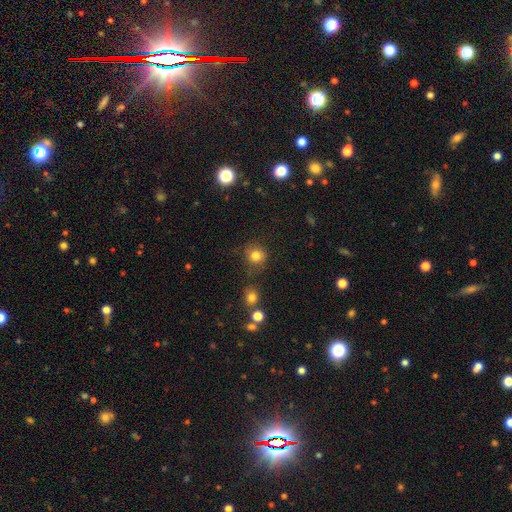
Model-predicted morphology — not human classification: smooth 81%, star or artifact 13%, featured or disk 6%. Down the decision tree: how rounded — round (88%); merging — none (73%).